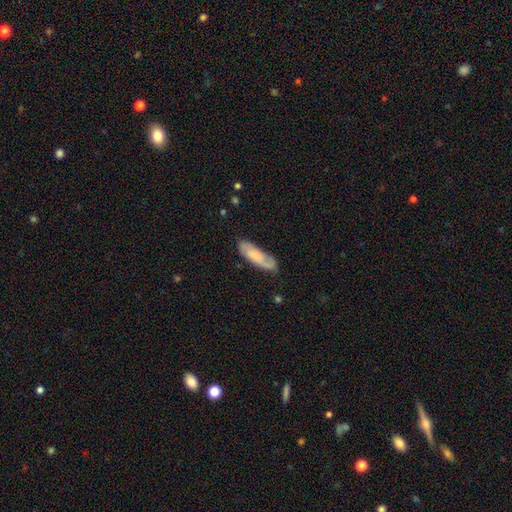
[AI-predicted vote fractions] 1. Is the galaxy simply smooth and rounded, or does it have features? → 58% smooth, 35% featured or disk, 7% star or artifact.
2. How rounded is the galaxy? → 52% cigar-shaped, 46% in between, 2% round.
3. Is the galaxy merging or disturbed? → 71% none, 21% minor disturbance, 6% major disturbance, 2% merger.